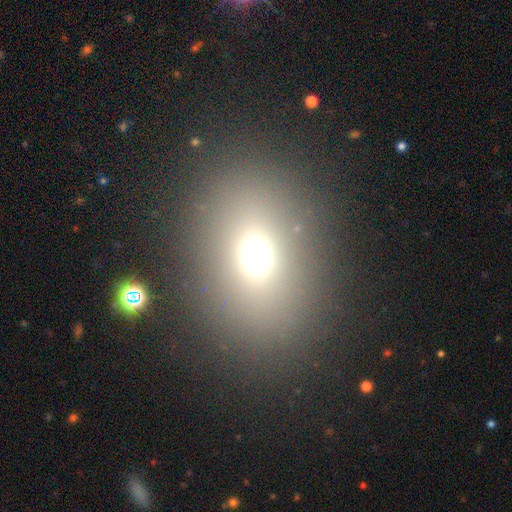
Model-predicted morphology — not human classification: Smooth or featured?
  - smooth: 66% *
  - star or artifact: 21%
  - featured or disk: 13%
How rounded?
  - in between: 61% *
  - round: 37%
  - cigar-shaped: 2%
Merging?
  - none: 83% *
  - minor disturbance: 8%
  - major disturbance: 6%
  - merger: 3%